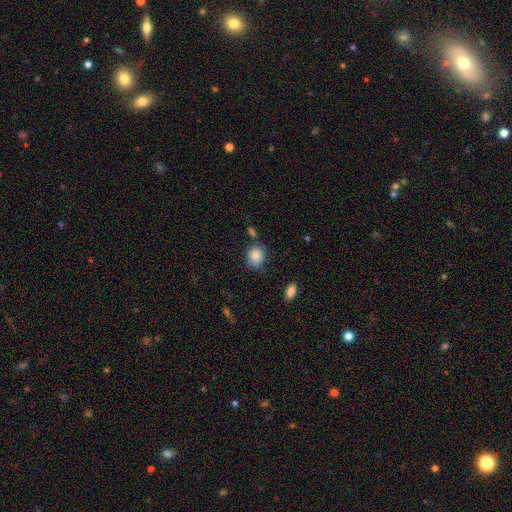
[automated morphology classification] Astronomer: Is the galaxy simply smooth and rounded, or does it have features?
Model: smooth — 86%.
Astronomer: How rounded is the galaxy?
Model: round — 60% (runner-up: in between, 39%).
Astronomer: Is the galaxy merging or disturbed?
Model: none — 69%.